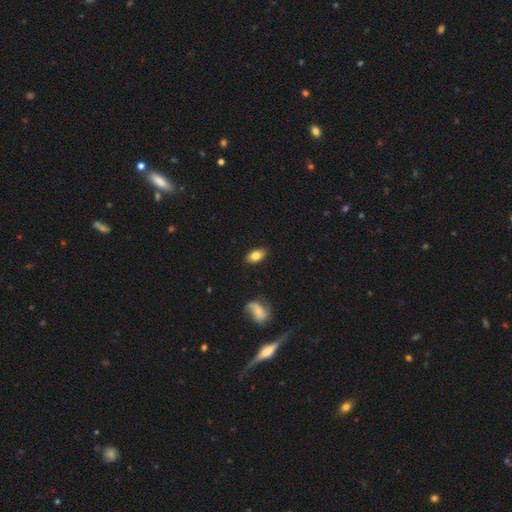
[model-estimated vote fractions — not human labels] Smooth or featured? smooth (76%)
How rounded? in between (91%)
Merging? none (87%)